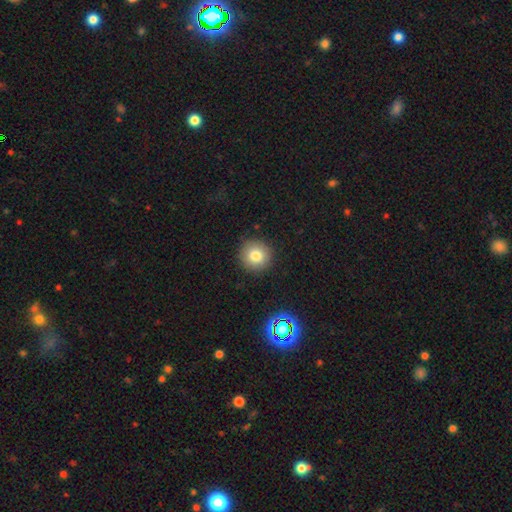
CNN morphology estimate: Smooth or featured: smooth — 79% (star or artifact — 12%)
How rounded: round — 94% (in between — 5%)
Merging: none — 90% (minor disturbance — 6%)